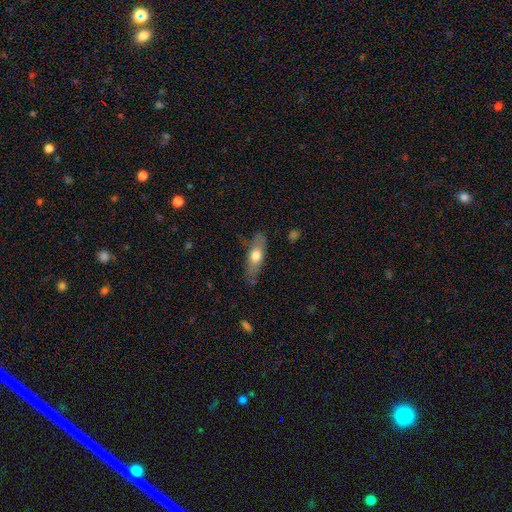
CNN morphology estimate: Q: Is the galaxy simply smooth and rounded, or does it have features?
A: smooth — 58%.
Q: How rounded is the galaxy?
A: in between — 55%.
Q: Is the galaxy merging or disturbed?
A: none — 72%.